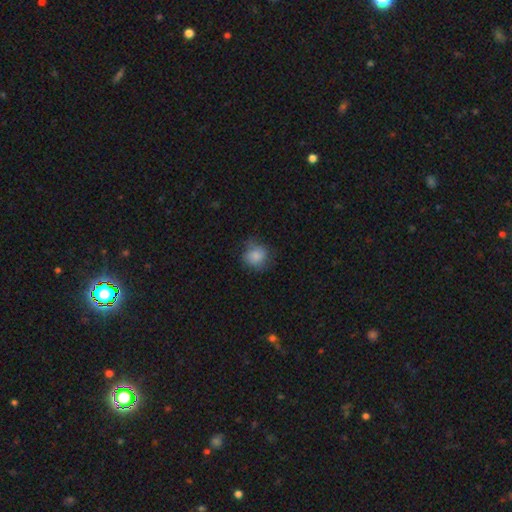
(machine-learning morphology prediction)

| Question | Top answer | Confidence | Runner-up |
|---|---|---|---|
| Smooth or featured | smooth | 80% | featured or disk (11%) |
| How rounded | round | 79% | in between (20%) |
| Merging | none | 62% | minor disturbance (26%) |